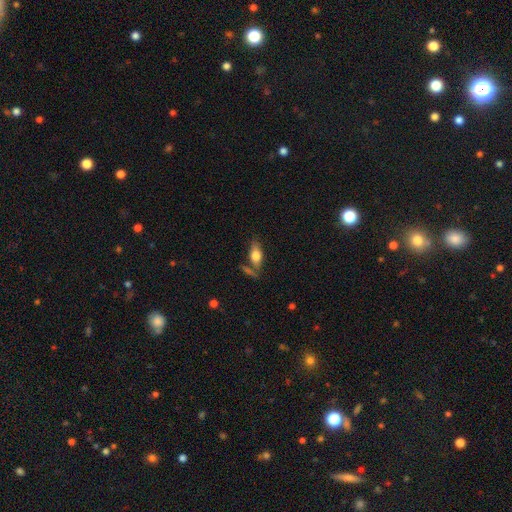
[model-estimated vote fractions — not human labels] Q: Smooth or featured?
A: smooth (69%); runner-up: featured or disk (24%)
Q: How rounded?
A: in between (81%); runner-up: cigar-shaped (14%)
Q: Merging?
A: none (66%); runner-up: minor disturbance (16%)